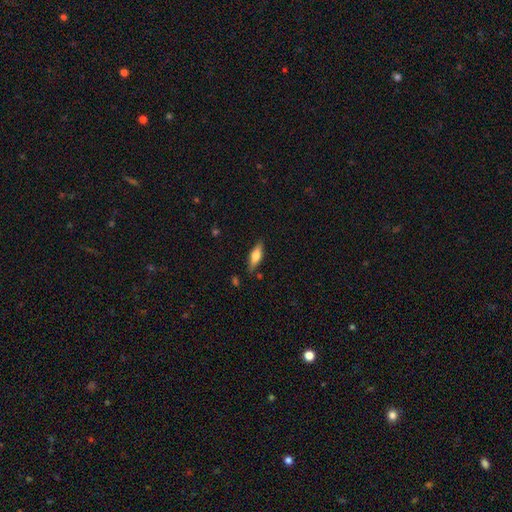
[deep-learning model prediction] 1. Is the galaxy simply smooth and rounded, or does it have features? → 56% smooth, 38% featured or disk, 7% star or artifact.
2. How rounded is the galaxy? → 53% in between, 44% cigar-shaped, 3% round.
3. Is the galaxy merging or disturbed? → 82% none, 13% minor disturbance, 3% major disturbance, 2% merger.